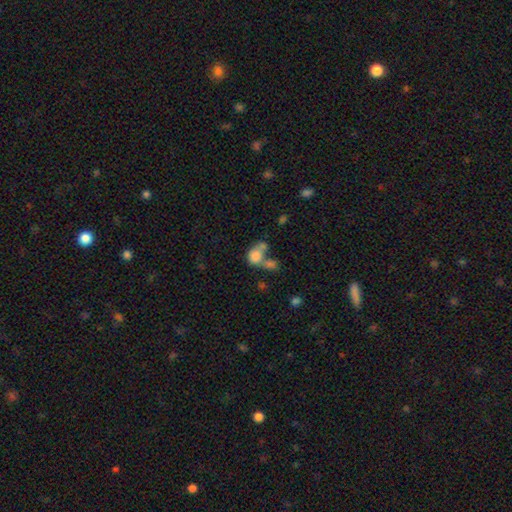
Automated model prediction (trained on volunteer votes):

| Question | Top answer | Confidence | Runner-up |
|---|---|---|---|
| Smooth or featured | smooth | 74% | featured or disk (15%) |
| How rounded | in between | 50% | round (49%) |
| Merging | merger | 54% | none (24%) |